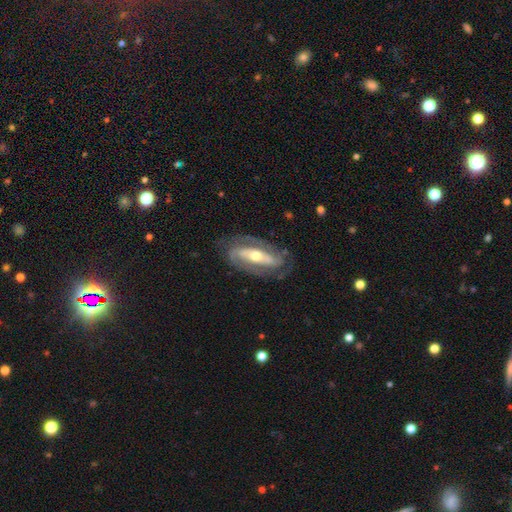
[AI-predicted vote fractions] Overall: featured or disk (84%). Edge-on disk: no (88%). Bar: strong (56%; no 24%). Spiral arms: yes (87%). Spiral arm count: 2 (86%). Spiral winding: tight (44%; medium 40%). Bulge size: moderate (59%; small 32%). Merging: none (78%).